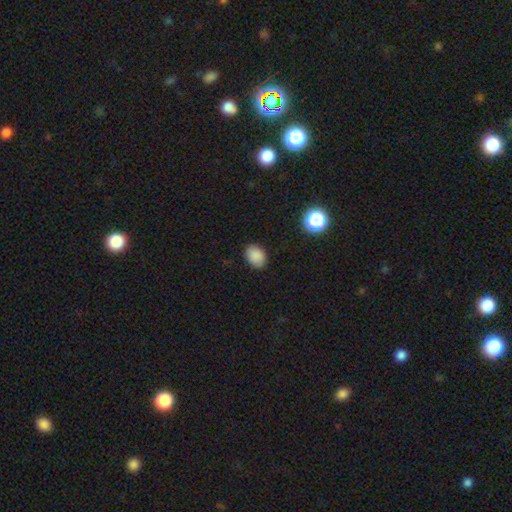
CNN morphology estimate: smooth_or_featured: smooth (p=0.86) [alt: star or artifact p=0.10]
how_rounded: in between (p=0.69) [alt: round p=0.30]
merging: none (p=0.86) [alt: minor disturbance p=0.11]